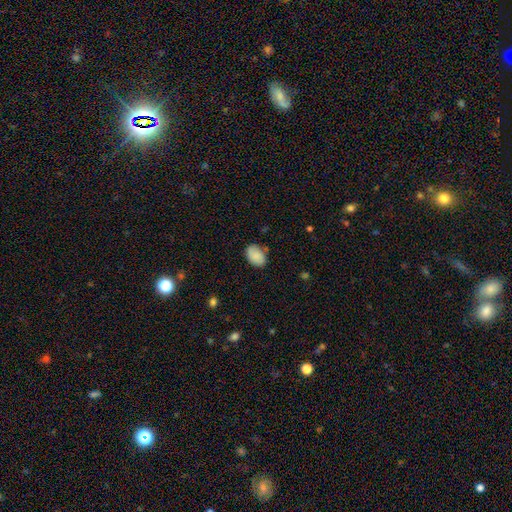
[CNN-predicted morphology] smooth 83%, featured or disk 10%, star or artifact 7%. Down the decision tree: how rounded — in between (85%); merging — none (77%).